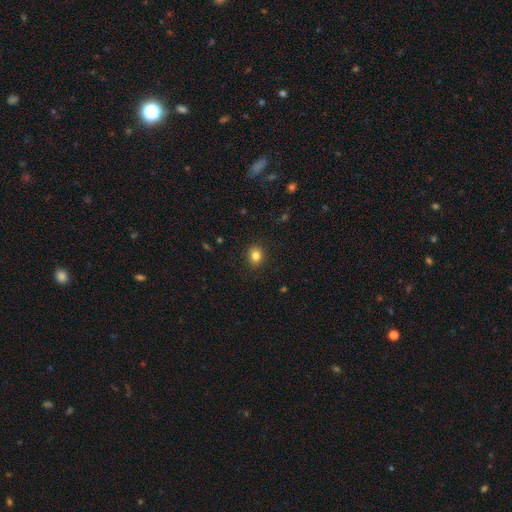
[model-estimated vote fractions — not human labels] Morphology: type=smooth (83%); roundness=round (66%); merging=none (90%).